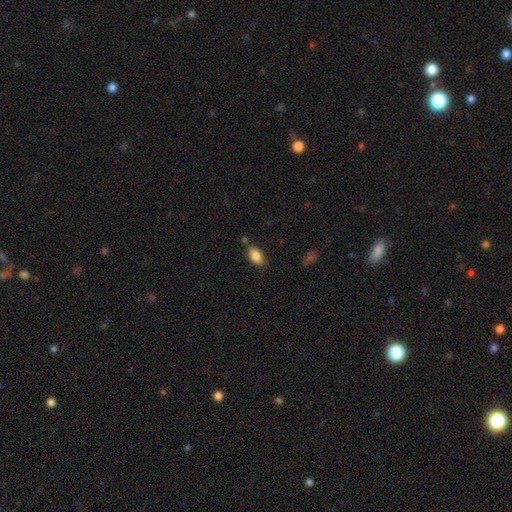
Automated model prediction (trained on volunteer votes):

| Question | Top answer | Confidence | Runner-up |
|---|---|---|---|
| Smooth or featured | smooth | 84% | featured or disk (8%) |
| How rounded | in between | 92% | cigar-shaped (4%) |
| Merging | none | 77% | minor disturbance (13%) |